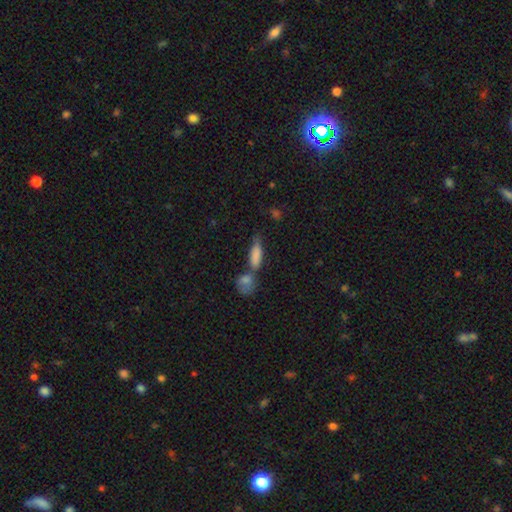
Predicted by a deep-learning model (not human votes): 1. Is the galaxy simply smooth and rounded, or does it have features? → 82% smooth, 11% featured or disk, 8% star or artifact.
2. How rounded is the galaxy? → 55% in between, 40% cigar-shaped, 4% round.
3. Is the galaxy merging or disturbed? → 41% none, 37% merger, 15% minor disturbance, 7% major disturbance.